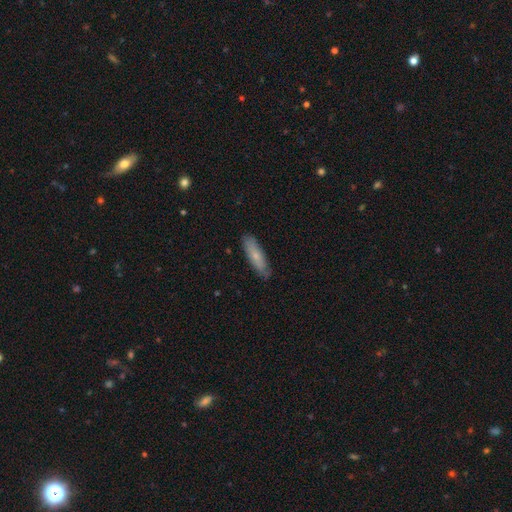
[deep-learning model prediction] smooth 70%, featured or disk 24%, star or artifact 6%. Down the decision tree: how rounded — cigar-shaped (68%); merging — none (83%).